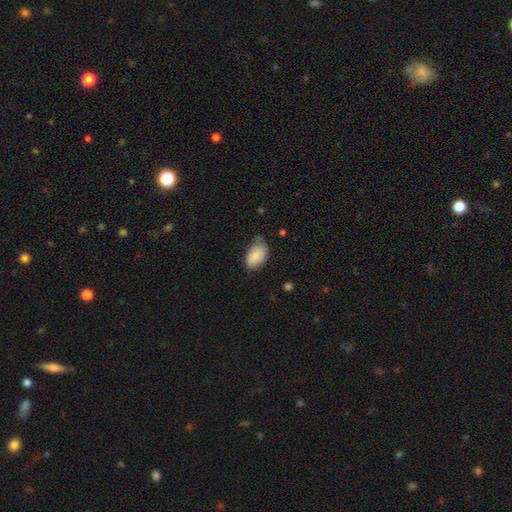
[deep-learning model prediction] Smooth or featured? Predicted: smooth (p=0.84). How rounded? Predicted: in between (p=0.90). Merging? Predicted: none (p=0.54).